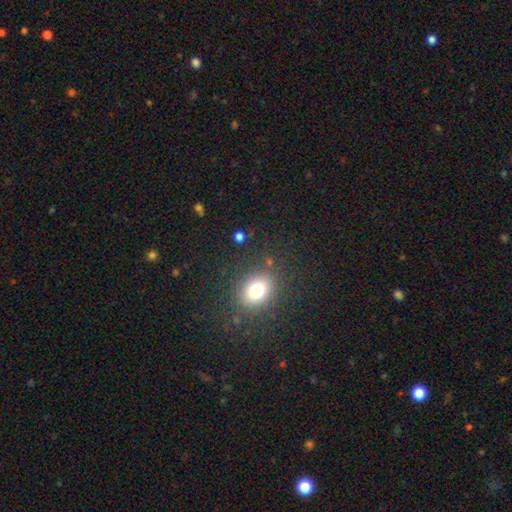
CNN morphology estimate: This appears to be a smooth galaxy with no disk features (67%) that is round (60%). Merging: none (90%).